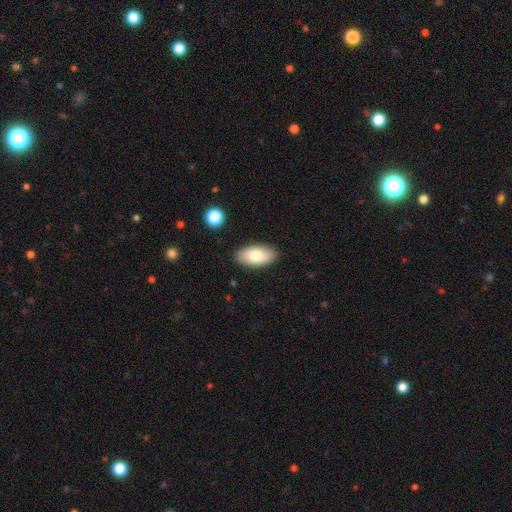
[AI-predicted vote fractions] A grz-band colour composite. It shows a smooth galaxy with no disk features (77%) that is in between round and cigar-shaped (94%). Merging: none (88%).